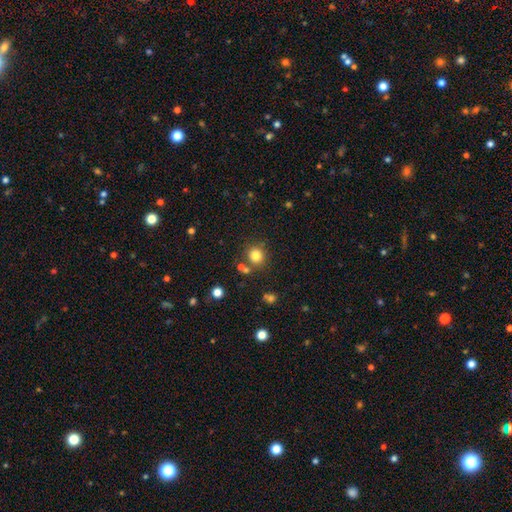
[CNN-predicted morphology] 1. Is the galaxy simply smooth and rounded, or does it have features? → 81% smooth, 13% star or artifact, 6% featured or disk.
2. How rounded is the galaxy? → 88% round, 11% in between, 1% cigar-shaped.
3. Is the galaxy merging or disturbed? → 77% none, 10% merger, 9% minor disturbance, 3% major disturbance.